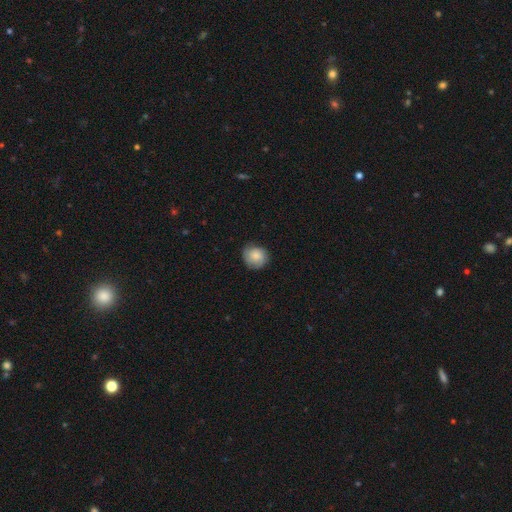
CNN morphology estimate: Q: Smooth or featured?
A: smooth (77%); runner-up: featured or disk (16%)
Q: How rounded?
A: round (82%); runner-up: in between (17%)
Q: Merging?
A: none (76%); runner-up: minor disturbance (19%)